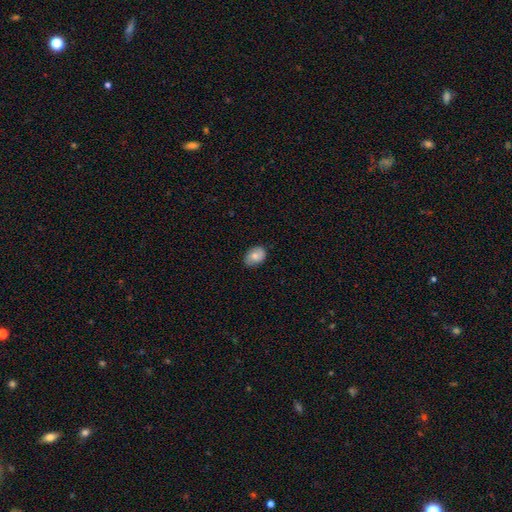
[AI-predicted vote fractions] smooth 77%, featured or disk 16%, star or artifact 7%. Down the decision tree: how rounded — in between (76%); merging — none (80%).